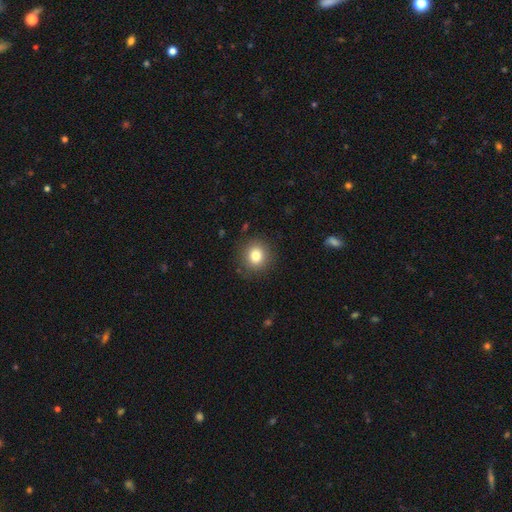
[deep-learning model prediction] smooth-or-featured: smooth: 81% | star or artifact: 11% | featured or disk: 8%
  how-rounded: round: 90% | in between: 9% | cigar-shaped: 1%
  merging: none: 88% | minor disturbance: 8% | major disturbance: 3% | merger: 1%